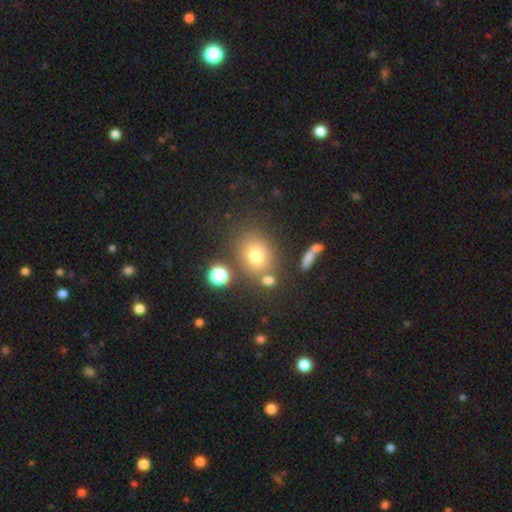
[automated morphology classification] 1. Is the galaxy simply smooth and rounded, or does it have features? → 71% smooth, 16% star or artifact, 13% featured or disk.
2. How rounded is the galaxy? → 56% round, 42% in between, 1% cigar-shaped.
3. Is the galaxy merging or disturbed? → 72% none, 12% minor disturbance, 10% merger, 5% major disturbance.